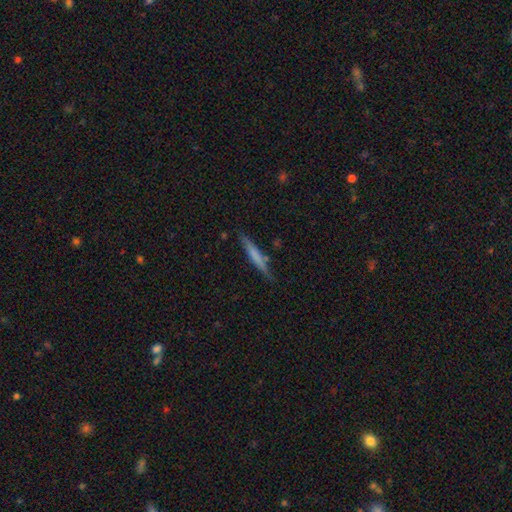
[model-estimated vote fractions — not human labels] A smooth galaxy with no disk features (58%) that is cigar-shaped (94%).

Vote fractions:
- Smooth or featured? smooth: 58% / featured or disk: 36% / star or artifact: 6%
- How rounded? cigar-shaped: 94% / in between: 5% / round: 1%
- Merging? none: 80% / minor disturbance: 14% / merger: 3% / major disturbance: 3%